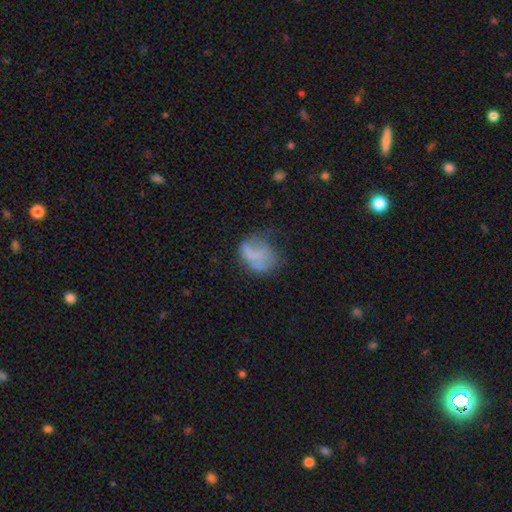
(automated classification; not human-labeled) Smooth or featured: smooth — 59% (featured or disk — 30%)
How rounded: in between — 57% (round — 41%)
Merging: major disturbance — 34% (none — 33%)